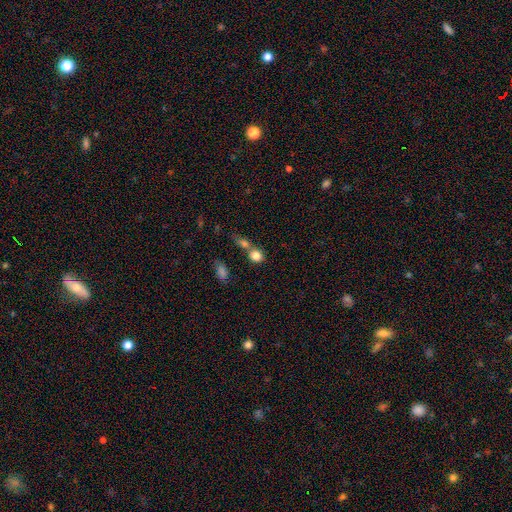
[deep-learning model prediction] Smooth or featured?
  - smooth: 82% *
  - star or artifact: 10%
  - featured or disk: 8%
How rounded?
  - round: 69% *
  - in between: 29%
  - cigar-shaped: 2%
Merging?
  - merger: 43% * (tied)
  - none: 43% * (tied)
  - minor disturbance: 9%
  - major disturbance: 5%